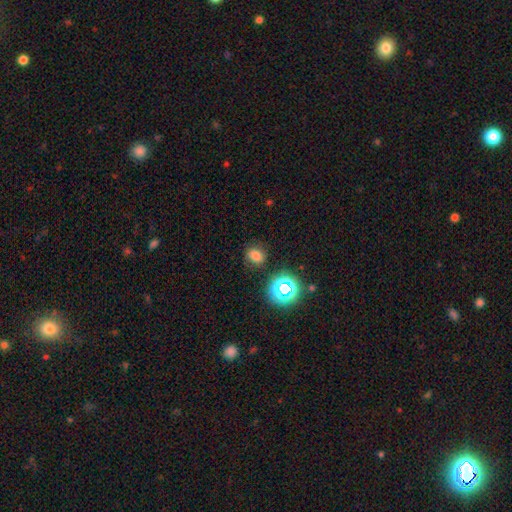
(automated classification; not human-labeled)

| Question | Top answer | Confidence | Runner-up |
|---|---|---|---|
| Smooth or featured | smooth | 71% | star or artifact (22%) |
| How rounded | round | 57% | in between (42%) |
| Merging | none | 82% | minor disturbance (11%) |